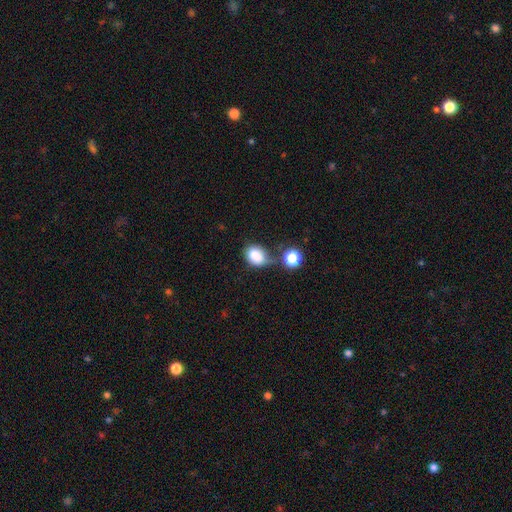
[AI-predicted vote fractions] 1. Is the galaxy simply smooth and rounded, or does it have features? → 83% smooth, 10% star or artifact, 7% featured or disk.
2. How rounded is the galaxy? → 61% in between, 38% round, 1% cigar-shaped.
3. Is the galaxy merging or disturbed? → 44% none, 25% minor disturbance, 20% merger, 11% major disturbance.